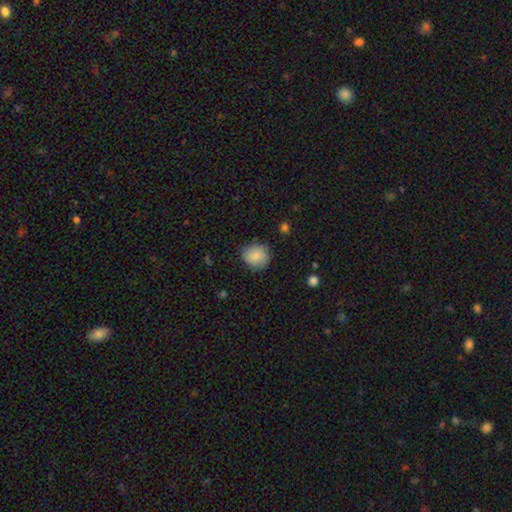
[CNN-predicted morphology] type=smooth (84%); roundness=round (82%); merging=none (80%).